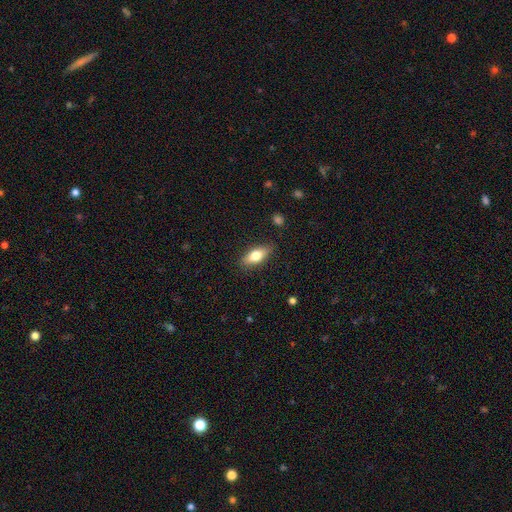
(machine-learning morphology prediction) smooth_or_featured: smooth (p=0.71) [alt: featured or disk p=0.22]
how_rounded: in between (p=0.75) [alt: cigar-shaped p=0.21]
merging: none (p=0.85) [alt: minor disturbance p=0.11]